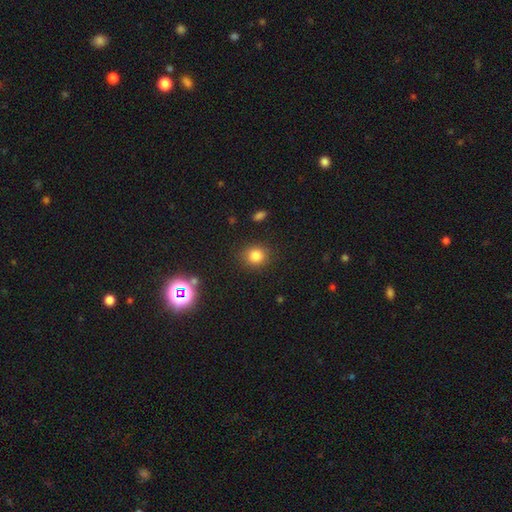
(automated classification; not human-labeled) Overall: smooth (82%). How rounded: round (80%). Merging: none (87%).